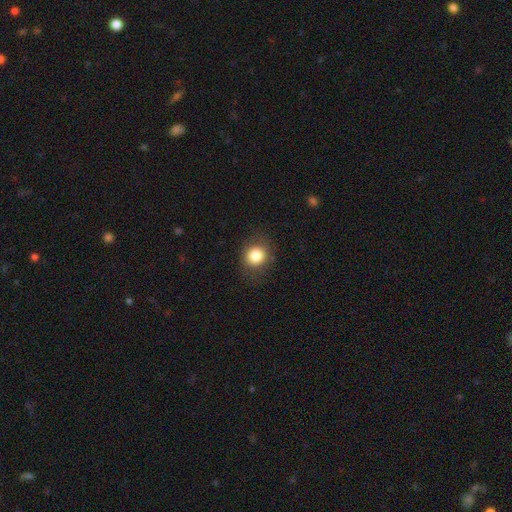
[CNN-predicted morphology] A smooth galaxy with no disk features (83%) that is round (79%). Merging: none (83%).